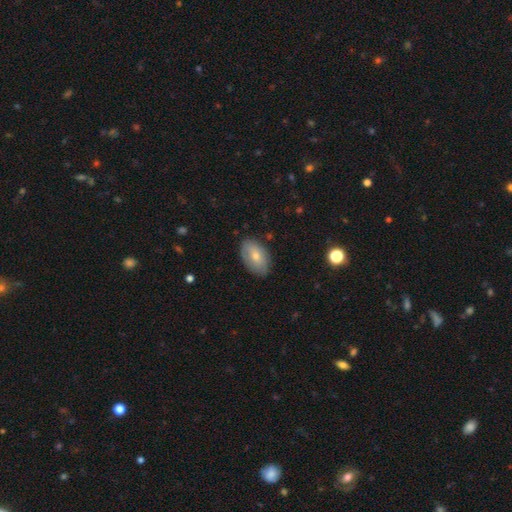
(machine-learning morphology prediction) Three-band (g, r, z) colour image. It shows a smooth galaxy with no disk features (68%) that is in between round and cigar-shaped (91%). Merging: none (81%).